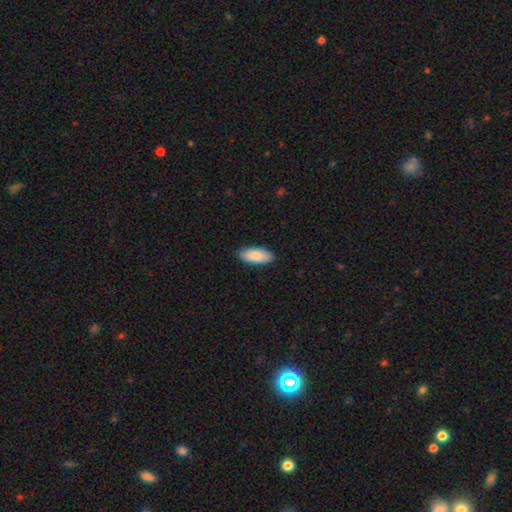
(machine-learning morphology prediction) Overall: smooth (87%). How rounded: in between (86%). Merging: none (89%).